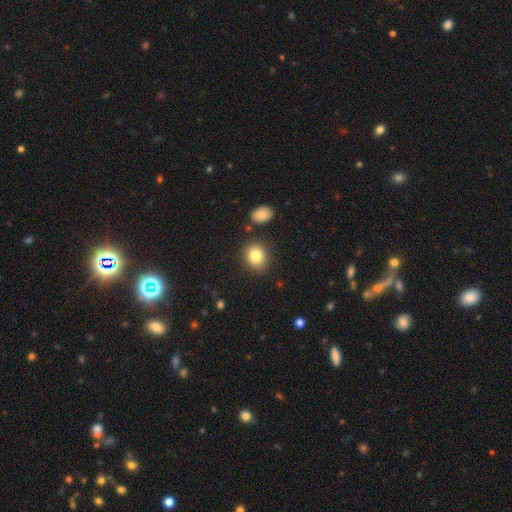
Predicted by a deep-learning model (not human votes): Smooth or featured: smooth — 83% (star or artifact — 9%)
How rounded: round — 60% (in between — 39%)
Merging: none — 82% (minor disturbance — 10%)